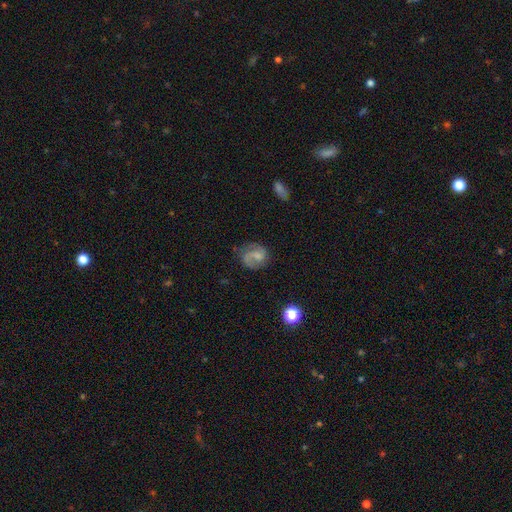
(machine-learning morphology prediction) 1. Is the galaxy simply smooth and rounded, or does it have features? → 63% featured or disk, 29% smooth, 9% star or artifact.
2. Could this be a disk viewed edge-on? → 98% no, 2% yes.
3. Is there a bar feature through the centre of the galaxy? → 45% weak (tied), 45% no (tied), 10% strong.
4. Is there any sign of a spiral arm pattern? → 90% yes, 10% no.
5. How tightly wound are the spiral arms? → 47% medium, 34% loose, 20% tight.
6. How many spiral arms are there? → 74% 2, 15% 1, 8% can't tell, 2% 3, 1% 4, 1% more than 4.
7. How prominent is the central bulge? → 37% none, 36% small, 22% moderate, 4% large, 1% dominant.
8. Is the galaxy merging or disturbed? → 62% none, 22% minor disturbance, 13% major disturbance, 2% merger.